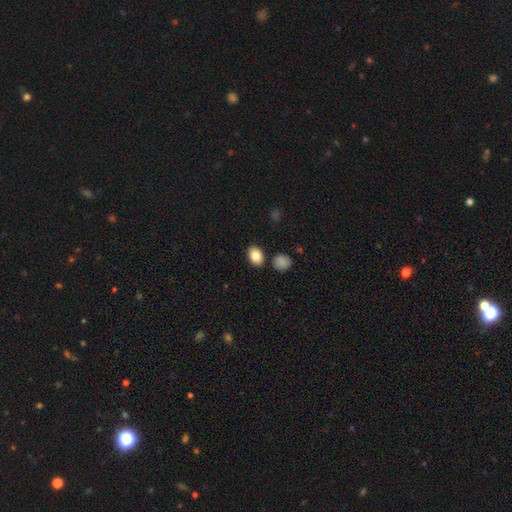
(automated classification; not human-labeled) smooth-or-featured: smooth: 84% | star or artifact: 8% | featured or disk: 8%
  how-rounded: in between: 79% | round: 20% | cigar-shaped: 1%
  merging: none: 83% | minor disturbance: 9% | merger: 5% | major disturbance: 2%